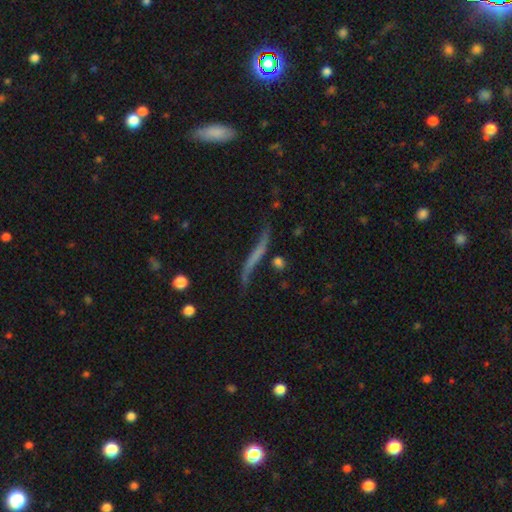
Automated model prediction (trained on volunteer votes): smooth-or-featured: featured or disk: 58% | smooth: 32% | star or artifact: 11%
  disk-edge-on: yes: 62% | no: 38%
  merging: none: 54% | minor disturbance: 24% | major disturbance: 15% | merger: 7%